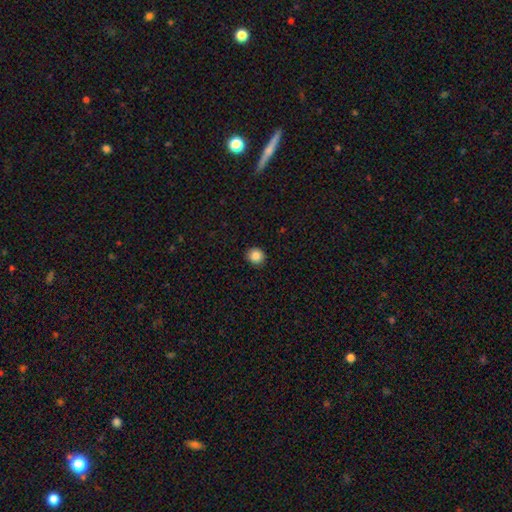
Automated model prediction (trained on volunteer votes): smooth-or-featured: smooth: 86% | star or artifact: 10% | featured or disk: 4%
  how-rounded: round: 91% | in between: 8% | cigar-shaped: 1%
  merging: none: 92% | minor disturbance: 6% | major disturbance: 2% | merger: 1%